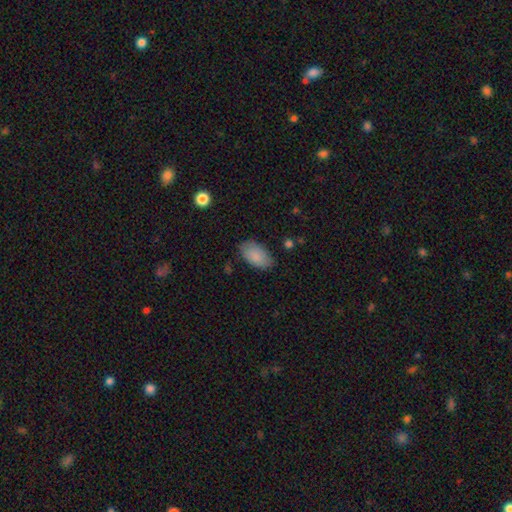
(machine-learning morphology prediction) Smooth or featured? Predicted: smooth (p=0.87). How rounded? Predicted: in between (p=0.95). Merging? Predicted: none (p=0.81).